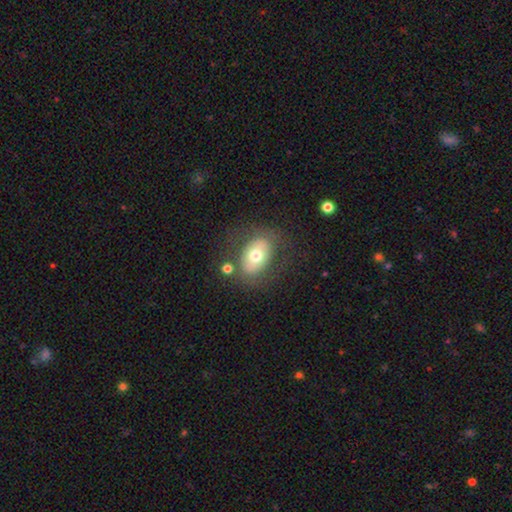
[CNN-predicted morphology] smooth_or_featured: smooth (p=0.59) [alt: featured or disk p=0.32]
how_rounded: in between (p=0.80) [alt: round p=0.18]
merging: none (p=0.70) [alt: minor disturbance p=0.15]